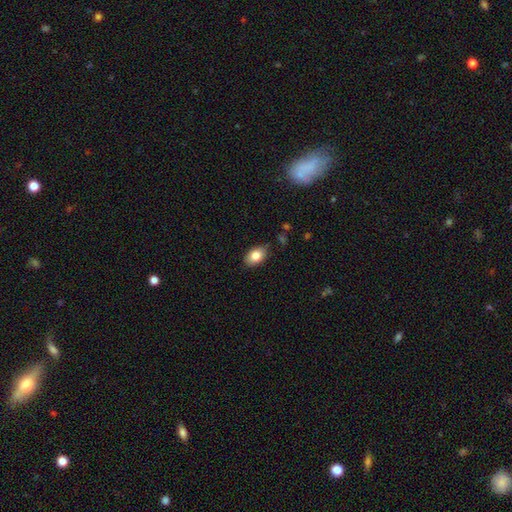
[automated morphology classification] Smooth or featured? Predicted: smooth (p=0.83). How rounded? Predicted: in between (p=0.86). Merging? Predicted: none (p=0.81).